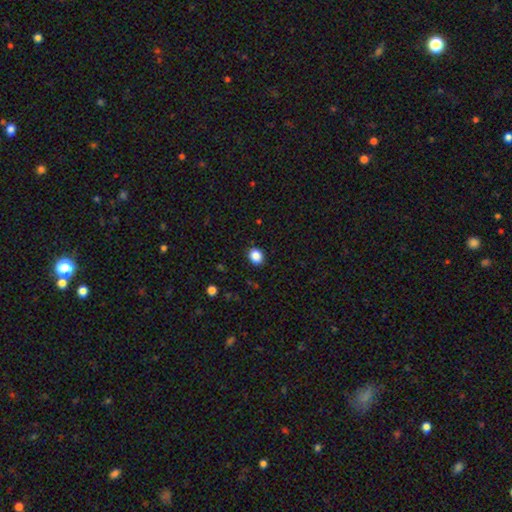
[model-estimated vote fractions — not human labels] The model was most divided on "how rounded": round: 63%, in between: 37%, cigar-shaped: 1%. More confident: merging — none (90%); smooth or featured — smooth (87%).